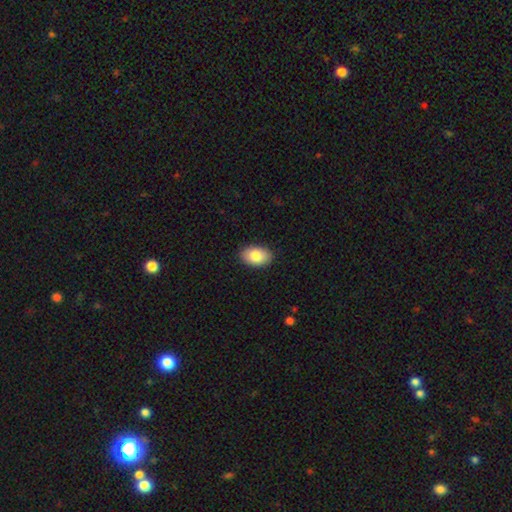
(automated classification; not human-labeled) The model was most divided on "smooth or featured": smooth: 85%, featured or disk: 9%, star or artifact: 7%. More confident: how rounded — in between (90%); merging — none (89%).